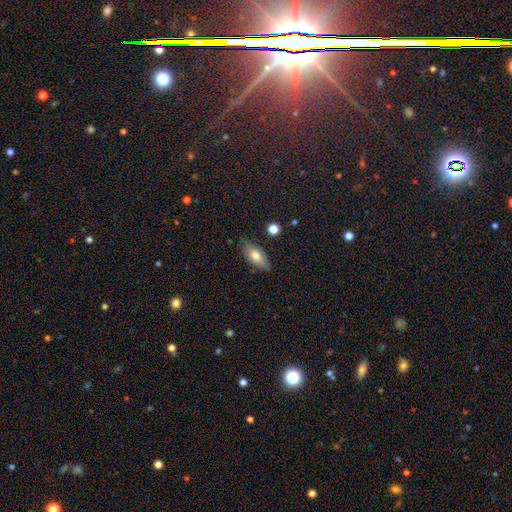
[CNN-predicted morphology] The model was most divided on "smooth or featured": smooth: 70%, featured or disk: 22%, star or artifact: 7%. More confident: how rounded — in between (80%); merging — none (80%).